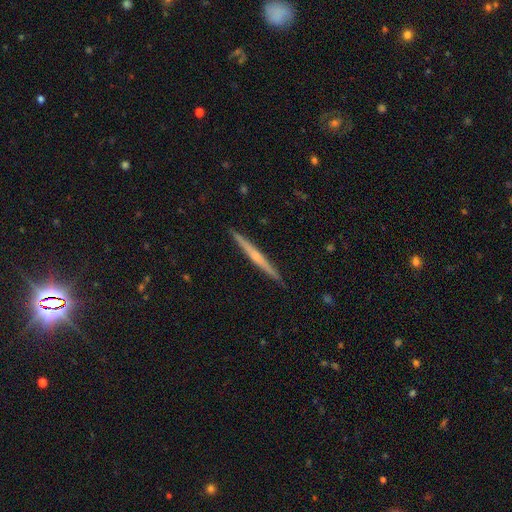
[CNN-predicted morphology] A featured or disk galaxy (63%) viewed edge-on (98%) with no central bulge (49%). Merging: none (92%).